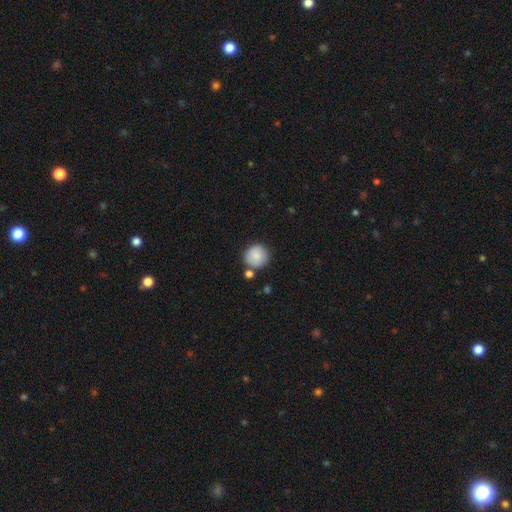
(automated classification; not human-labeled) Smooth or featured? Predicted: smooth (p=0.86). How rounded? Predicted: round (p=0.93). Merging? Predicted: none (p=0.76).